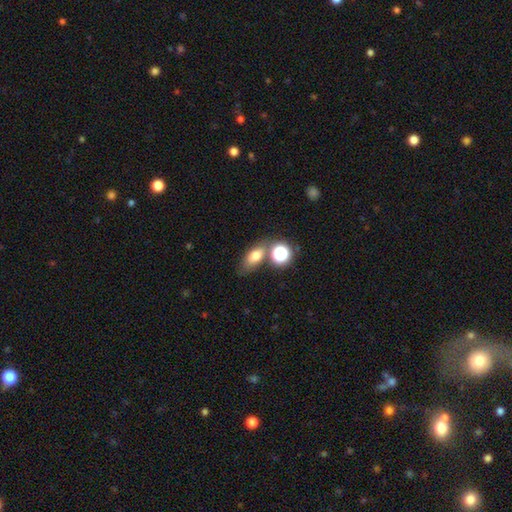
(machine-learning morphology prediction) type=smooth (71%); roundness=in between (74%); merging=none (58%).